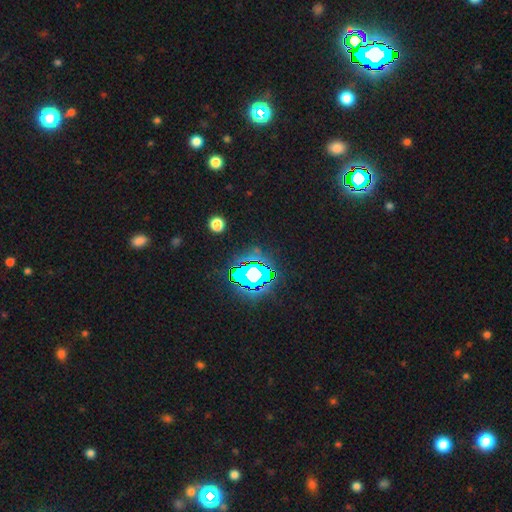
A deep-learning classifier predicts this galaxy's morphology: Smooth or featured? Predicted: star or artifact (p=0.82).